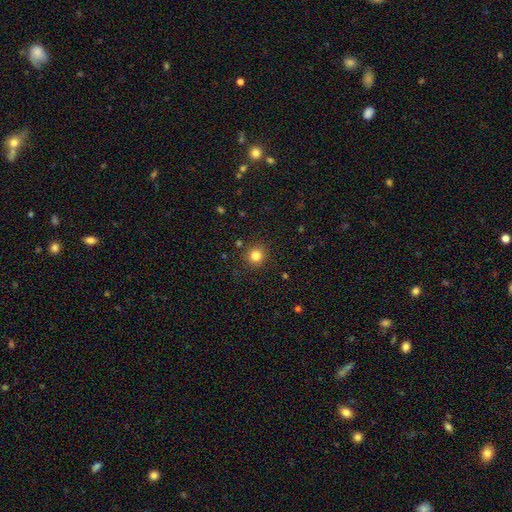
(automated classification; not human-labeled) The model was most divided on "smooth or featured": smooth: 82%, star or artifact: 13%, featured or disk: 5%. More confident: how rounded — round (93%); merging — none (89%).